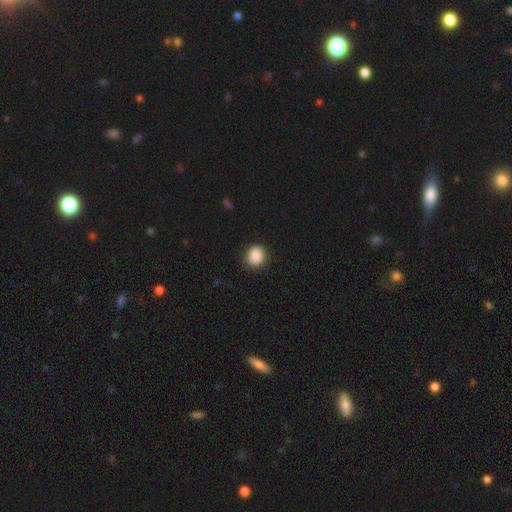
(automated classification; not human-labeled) A smooth galaxy with no disk features (88%) that is round (76%). Merging: none (86%).